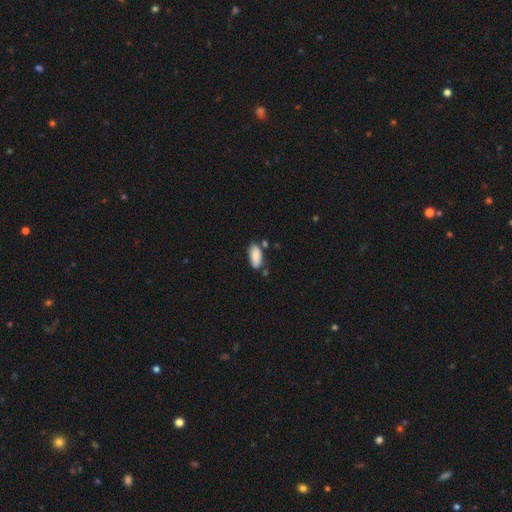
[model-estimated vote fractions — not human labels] The model was most divided on "merging": none: 68%, minor disturbance: 19%, merger: 8%, major disturbance: 4%. More confident: how rounded — in between (88%); smooth or featured — smooth (87%).